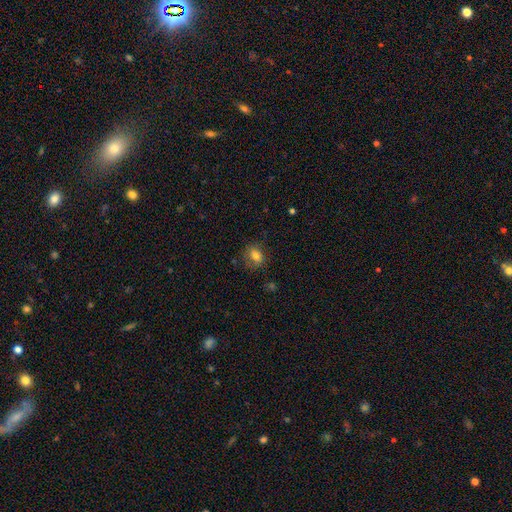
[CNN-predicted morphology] Smooth or featured?
  - smooth: 78% *
  - star or artifact: 11%
  - featured or disk: 11%
How rounded?
  - in between: 55% *
  - round: 43%
  - cigar-shaped: 1%
Merging?
  - none: 73% *
  - minor disturbance: 18%
  - major disturbance: 7%
  - merger: 2%